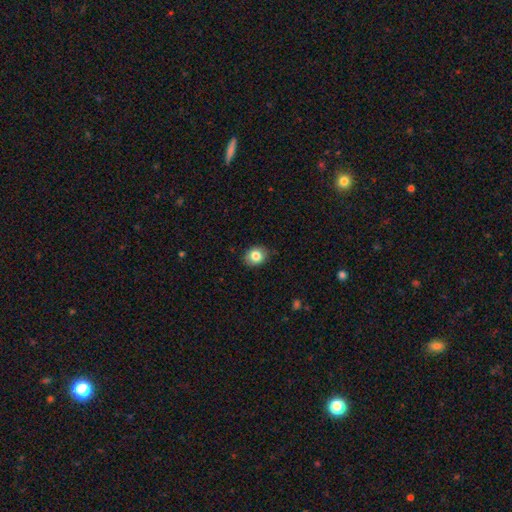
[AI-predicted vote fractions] Smooth or featured? smooth (83%)
How rounded? round (53%)
Merging? none (84%)